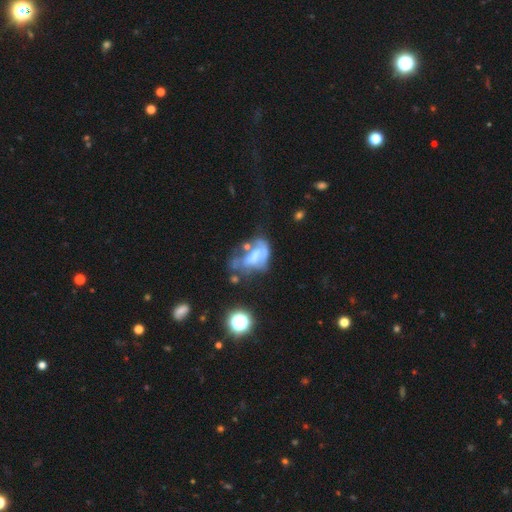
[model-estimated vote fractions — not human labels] Smooth or featured? featured or disk (57%)
Edge-on disk? no (96%)
Bar? no (56%)
Spiral arms? no (66%)
Bulge size? none (36%)
Merging? major disturbance (37%)